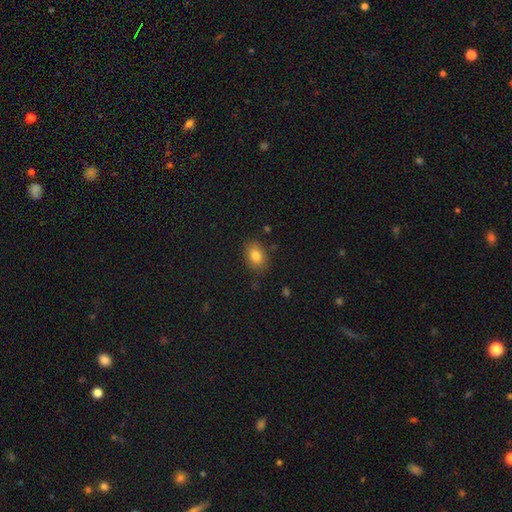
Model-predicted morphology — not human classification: smooth_or_featured: smooth (p=0.82) [alt: star or artifact p=0.09]
how_rounded: in between (p=0.74) [alt: round p=0.25]
merging: none (p=0.82) [alt: minor disturbance p=0.13]